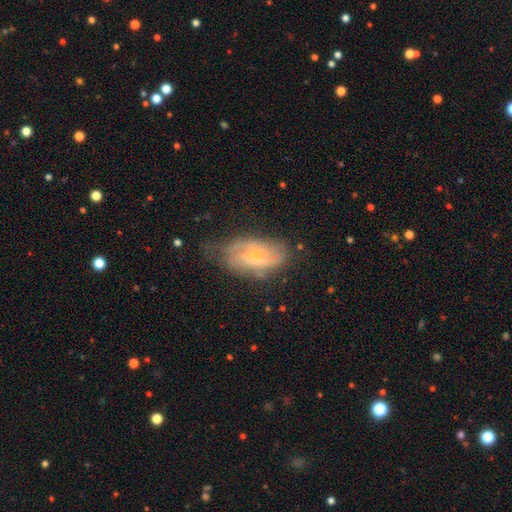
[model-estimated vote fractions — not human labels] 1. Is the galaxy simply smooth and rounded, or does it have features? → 63% featured or disk, 29% smooth, 8% star or artifact.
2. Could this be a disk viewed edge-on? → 93% no, 7% yes.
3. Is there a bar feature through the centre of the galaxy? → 63% no, 31% weak, 6% strong.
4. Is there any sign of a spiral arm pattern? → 77% yes, 23% no.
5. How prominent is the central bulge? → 59% small, 36% moderate, 3% none, 2% large, 1% dominant.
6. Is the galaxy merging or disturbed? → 58% none, 29% minor disturbance, 11% major disturbance, 2% merger.